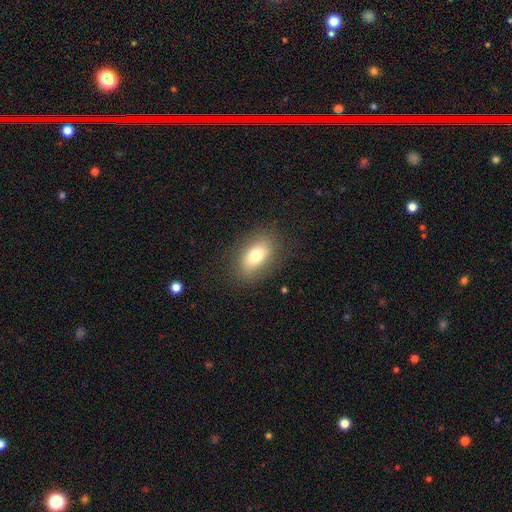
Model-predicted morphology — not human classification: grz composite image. It shows a smooth galaxy with no disk features (76%) that is in between round and cigar-shaped (85%). Merging: none (84%).